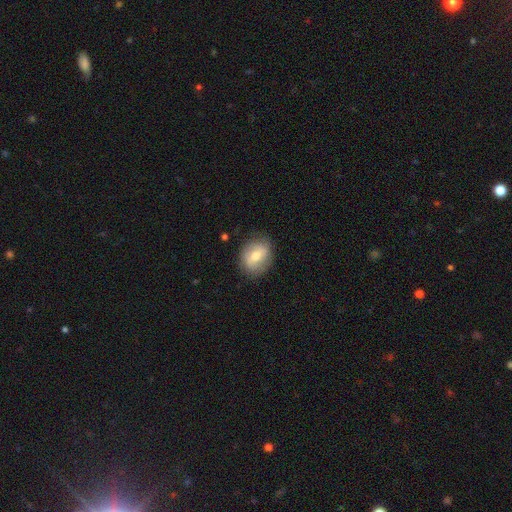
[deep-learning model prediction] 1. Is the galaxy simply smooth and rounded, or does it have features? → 55% smooth, 38% featured or disk, 7% star or artifact.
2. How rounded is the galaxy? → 49% in between (tied), 49% round (tied), 1% cigar-shaped.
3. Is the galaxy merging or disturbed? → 79% none, 15% minor disturbance, 4% major disturbance, 1% merger.